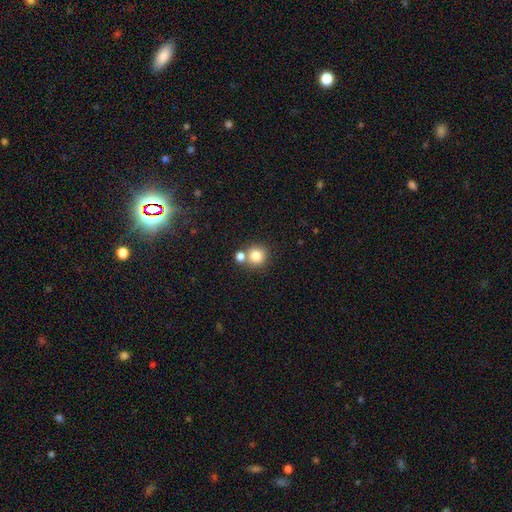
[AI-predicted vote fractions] A smooth galaxy with no disk features (81%) that is round (92%).

Vote fractions:
- Smooth or featured? smooth: 81% / star or artifact: 11% / featured or disk: 8%
- How rounded? round: 92% / in between: 7% / cigar-shaped: 1%
- Merging? none: 64% / merger: 26% / minor disturbance: 7% / major disturbance: 3%